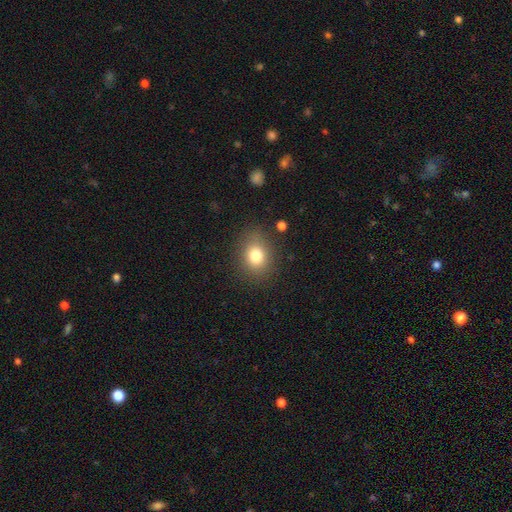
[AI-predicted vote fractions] A smooth galaxy with no disk features (79%) that is round (51%).

Vote fractions:
- Smooth or featured? smooth: 79% / star or artifact: 12% / featured or disk: 10%
- How rounded? round: 51% / in between: 48% / cigar-shaped: 1%
- Merging? none: 82% / minor disturbance: 11% / major disturbance: 4% / merger: 2%